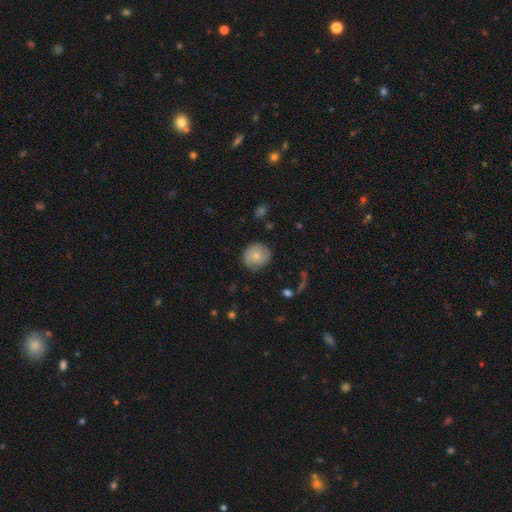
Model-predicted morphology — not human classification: smooth_or_featured: smooth (p=0.62) [alt: featured or disk p=0.30]
how_rounded: round (p=0.86) [alt: in between p=0.13]
merging: none (p=0.76) [alt: minor disturbance p=0.18]